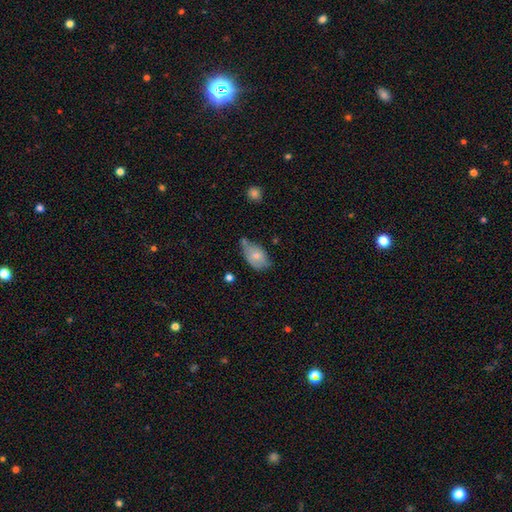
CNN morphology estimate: type=smooth (67%); roundness=in between (88%); merging=none (39%).